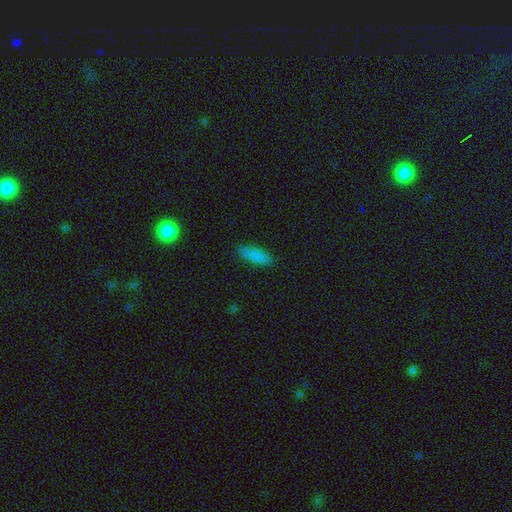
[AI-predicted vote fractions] Q: Smooth or featured?
A: smooth (85%); runner-up: star or artifact (8%)
Q: How rounded?
A: in between (69%); runner-up: cigar-shaped (29%)
Q: Merging?
A: none (86%); runner-up: minor disturbance (11%)